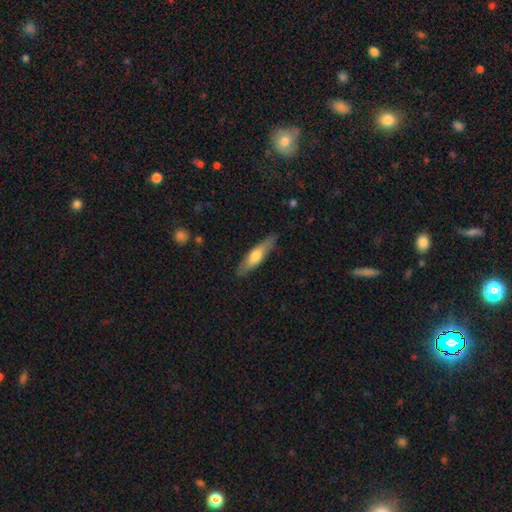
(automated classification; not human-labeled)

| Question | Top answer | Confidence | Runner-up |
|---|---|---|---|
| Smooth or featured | smooth | 61% | featured or disk (34%) |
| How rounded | cigar-shaped | 71% | in between (27%) |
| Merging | none | 83% | minor disturbance (13%) |